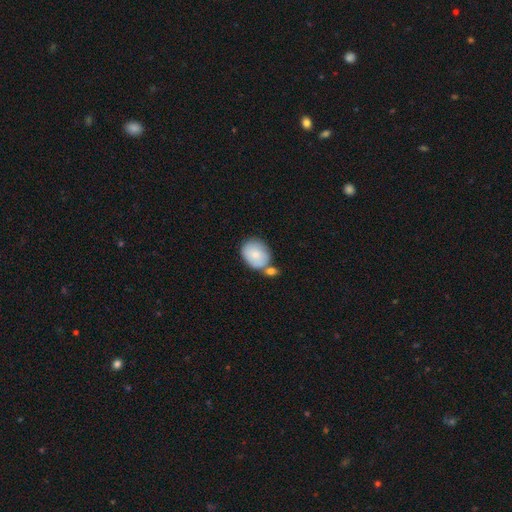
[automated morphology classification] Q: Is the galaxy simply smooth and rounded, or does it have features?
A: smooth — 77%.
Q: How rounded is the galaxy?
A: in between — 57%.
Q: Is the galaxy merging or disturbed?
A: none — 46%.